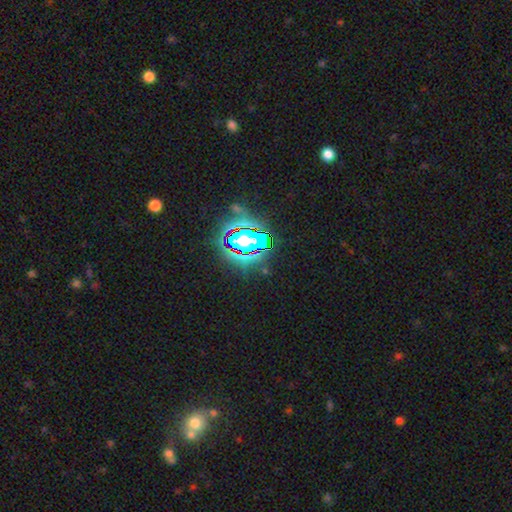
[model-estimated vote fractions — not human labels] Overall: star or artifact (80%).